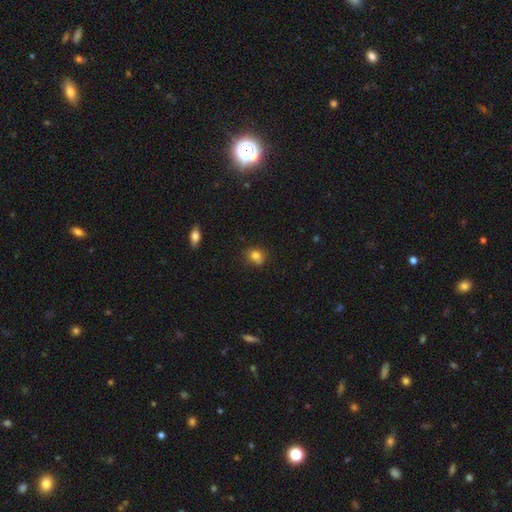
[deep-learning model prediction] This appears to be a smooth galaxy with no disk features (79%) that is round (66%). Merging: none (61%).